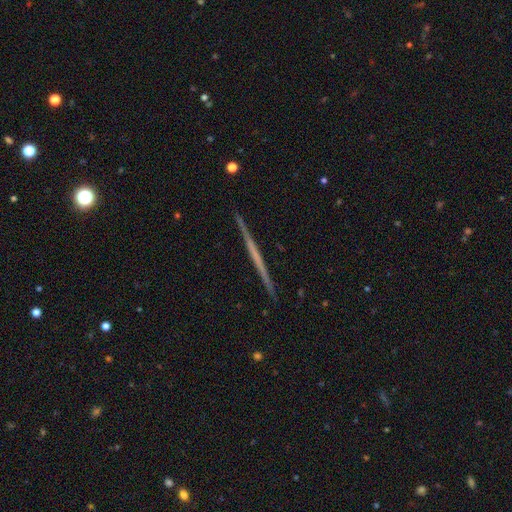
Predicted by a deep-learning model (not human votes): smooth-or-featured: featured or disk: 67% | smooth: 27% | star or artifact: 6%
  disk-edge-on: yes: 98% | no: 2%
    edge-on-bulge: none: 90% | rounded: 6% | boxy: 3%
  merging: none: 93% | minor disturbance: 5% | major disturbance: 1% | merger: 1%